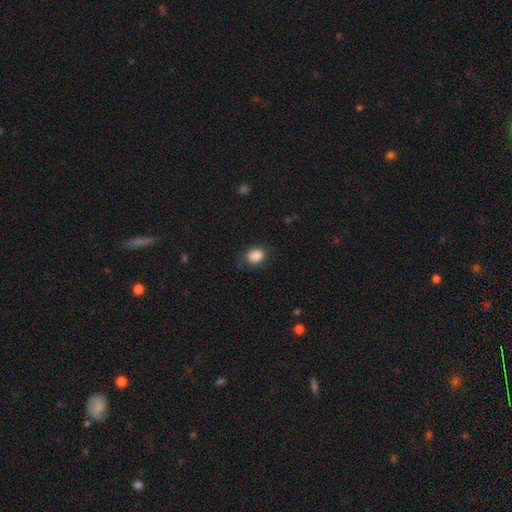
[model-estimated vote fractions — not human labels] smooth_or_featured: smooth (p=0.87) [alt: star or artifact p=0.09]
how_rounded: in between (p=0.53) [alt: round p=0.46]
merging: none (p=0.74) [alt: minor disturbance p=0.19]